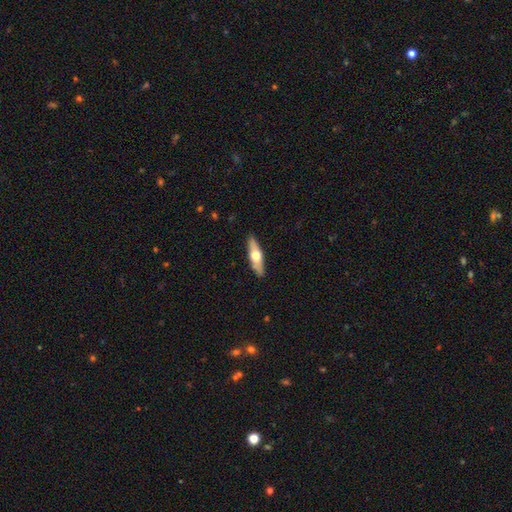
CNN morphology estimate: The model was most divided on "smooth or featured": featured or disk: 50%, smooth: 45%, star or artifact: 5%. More confident: merging — none (89%).